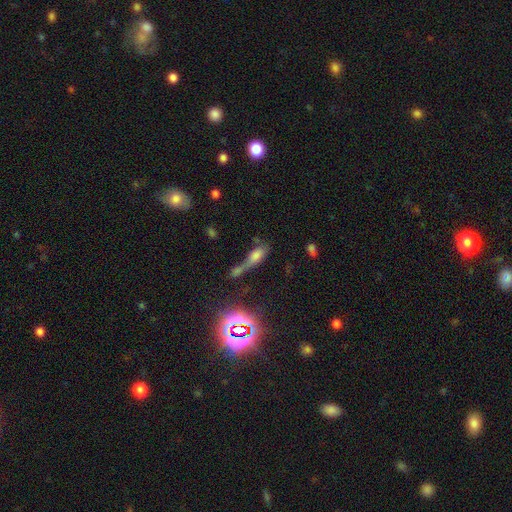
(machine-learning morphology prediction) A smooth galaxy with no disk features (59%) that is in between round and cigar-shaped (64%). Merging: merger (48%).